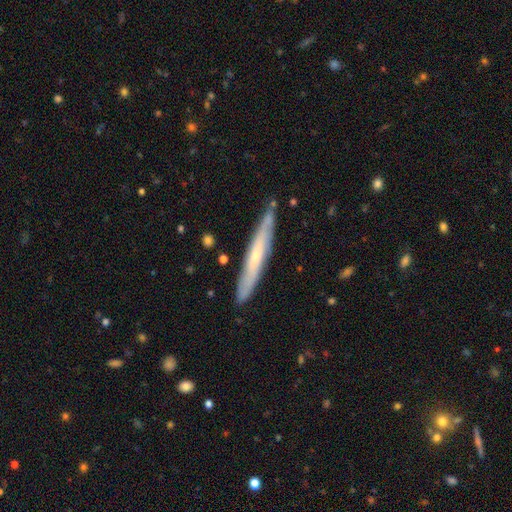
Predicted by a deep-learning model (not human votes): The model was most divided on "smooth or featured": featured or disk: 54%, smooth: 41%, star or artifact: 6%. More confident: edge-on disk — yes (84%); merging — none (83%).